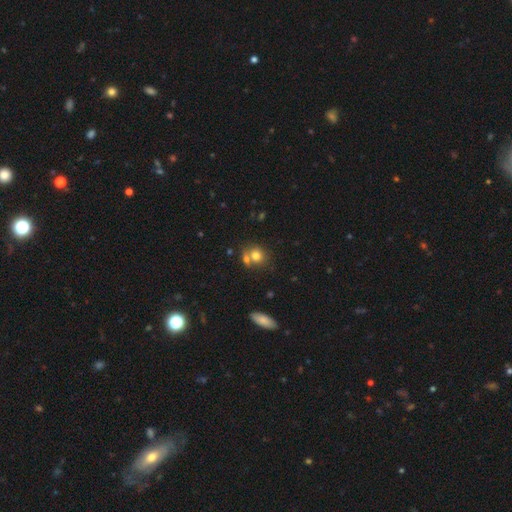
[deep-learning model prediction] smooth-or-featured: smooth: 76% | featured or disk: 13% | star or artifact: 11%
  how-rounded: round: 74% | in between: 25% | cigar-shaped: 1%
  merging: none: 48% | merger: 39% | minor disturbance: 10% | major disturbance: 4%